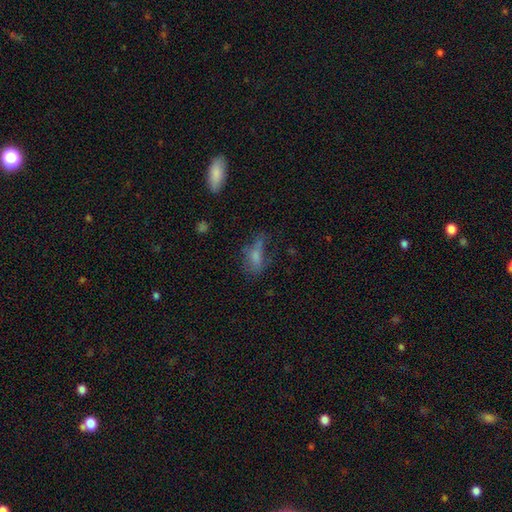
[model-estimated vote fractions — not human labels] smooth-or-featured: smooth: 58% | featured or disk: 26% | star or artifact: 15%
  how-rounded: in between: 73% | cigar-shaped: 20% | round: 8%
  merging: none: 40% | major disturbance: 28% | minor disturbance: 26% | merger: 6%